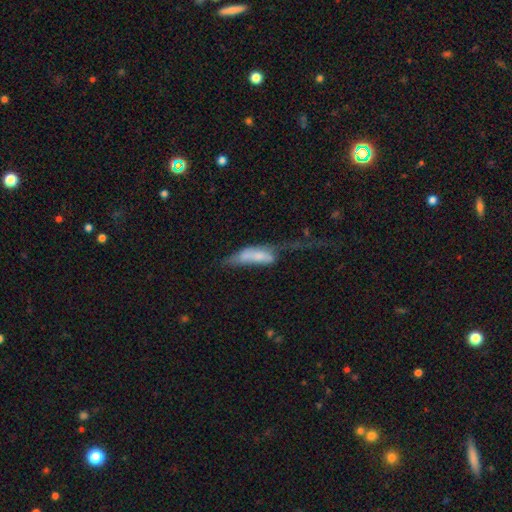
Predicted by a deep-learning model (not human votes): smooth 57%, featured or disk 34%, star or artifact 9%. Down the decision tree: how rounded — in between (53%); merging — major disturbance (55%).